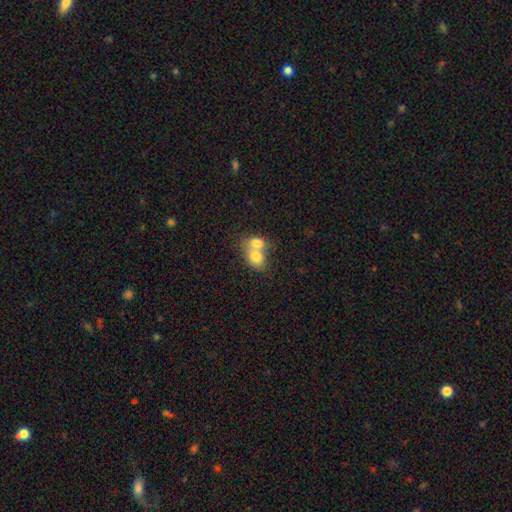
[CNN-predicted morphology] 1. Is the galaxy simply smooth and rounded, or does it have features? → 73% smooth, 18% featured or disk, 8% star or artifact.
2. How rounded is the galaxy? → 65% in between, 34% round, 1% cigar-shaped.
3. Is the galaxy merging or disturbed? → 73% merger, 18% none, 6% minor disturbance, 3% major disturbance.